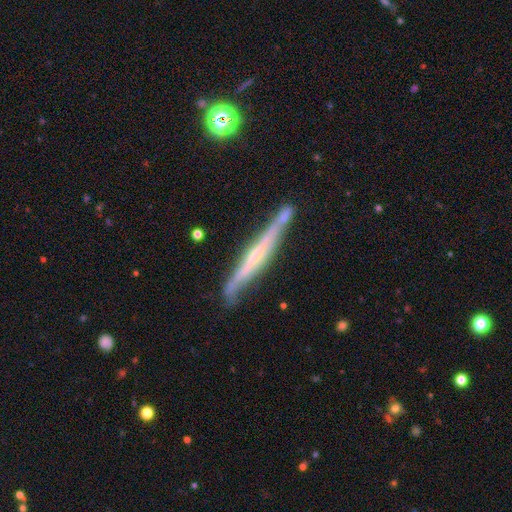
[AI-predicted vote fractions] smooth-or-featured: featured or disk: 73% | smooth: 21% | star or artifact: 6%
  disk-edge-on: yes: 93% | no: 7%
    edge-on-bulge: none: 43% | rounded: 42% | boxy: 15%
  merging: none: 70% | minor disturbance: 19% | merger: 7% | major disturbance: 4%